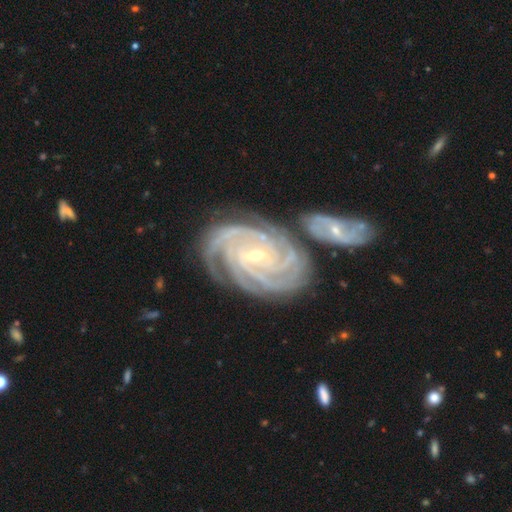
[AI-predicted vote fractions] Smooth or featured: featured or disk — 93% (star or artifact — 4%)
Edge-on disk: no — 98% (yes — 2%)
Bar: weak — 45% (strong — 28%)
Spiral arms: yes — 99% (no — 1%)
Spiral winding: tight — 83% (medium — 15%)
Spiral arm count: 4 — 43% (more than 4 — 17%)
Bulge size: small — 68% (moderate — 29%)
Merging: none — 64% (merger — 18%)